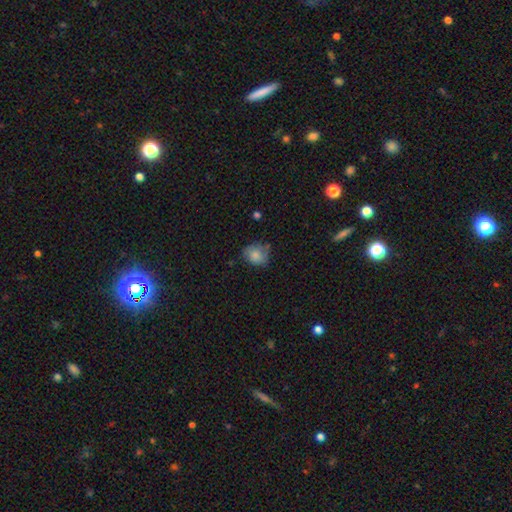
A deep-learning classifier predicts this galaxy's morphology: This is likely a smooth galaxy (79%). How rounded: likely round (69%). Merging: likely none (62%).